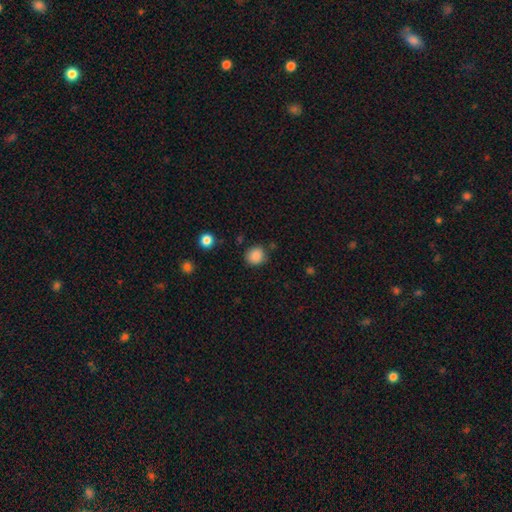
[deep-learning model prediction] smooth_or_featured: smooth (p=0.87) [alt: star or artifact p=0.10]
how_rounded: round (p=0.85) [alt: in between p=0.14]
merging: none (p=0.82) [alt: minor disturbance p=0.12]